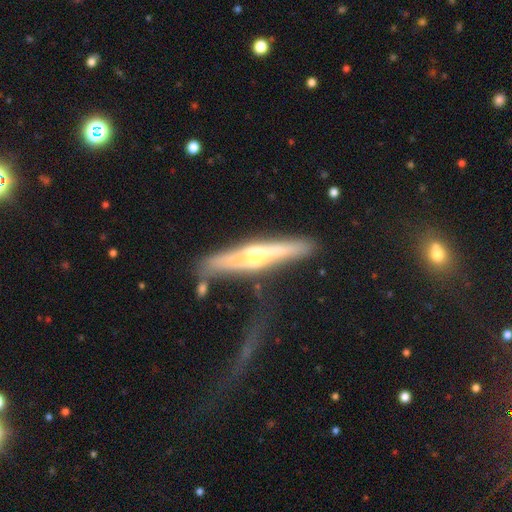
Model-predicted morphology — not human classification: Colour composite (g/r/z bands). It shows a featured or disk galaxy (66%) viewed edge-on (90%) with a rounded central bulge (85%). Merging: none (61%).